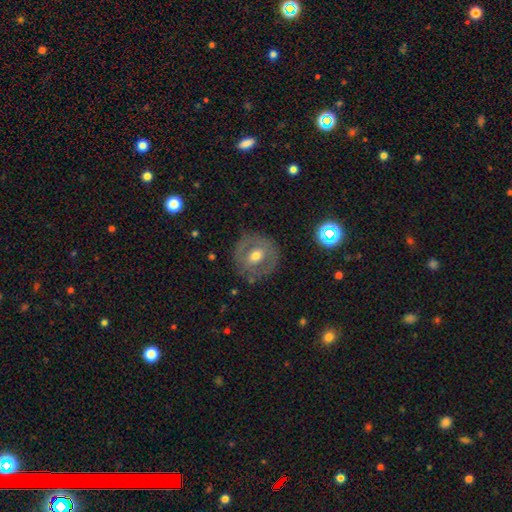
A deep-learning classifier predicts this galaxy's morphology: type=featured or disk (55%); edge-on=no (94%); bar=no (47%); spiral arms=no (73%); bulge=moderate (74%); merging=none (82%).